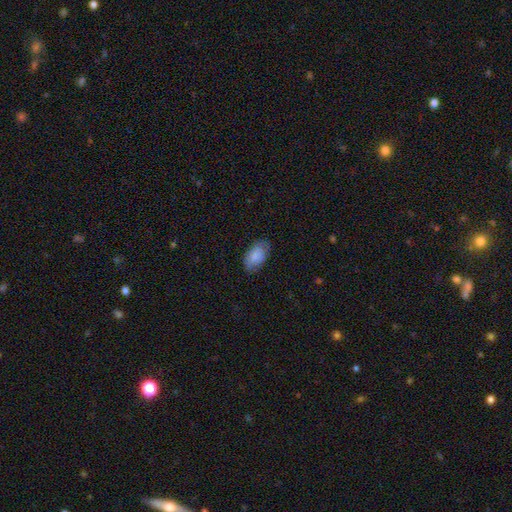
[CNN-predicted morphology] A smooth galaxy with no disk features (85%) that is in between round and cigar-shaped (94%). Merging: none (78%).